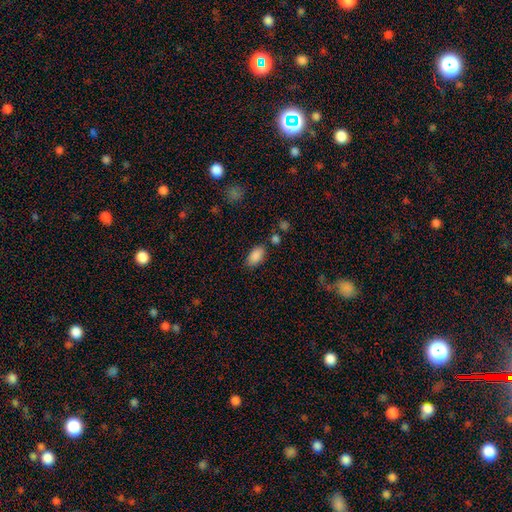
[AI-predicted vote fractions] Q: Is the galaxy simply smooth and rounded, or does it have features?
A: smooth — 88%.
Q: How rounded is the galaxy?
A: in between — 93%.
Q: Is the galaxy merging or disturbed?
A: none — 76%.